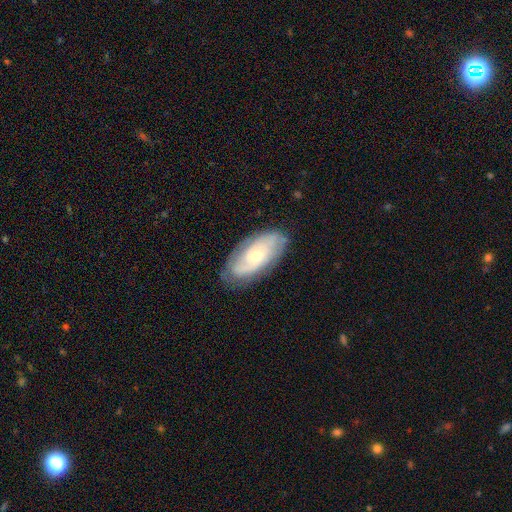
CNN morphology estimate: Smooth or featured? featured or disk (63%)
Edge-on disk? no (91%)
Bar? no (74%)
Spiral arms? yes (82%)
Bulge size? small (49%)
Merging? none (78%)